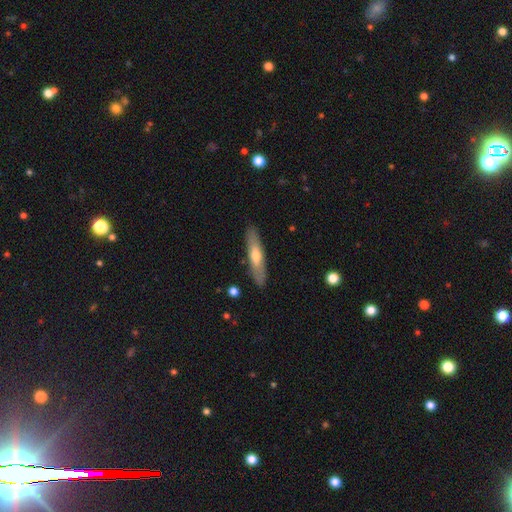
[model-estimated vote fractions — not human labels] smooth 52%, featured or disk 42%, star or artifact 6%. Down the decision tree: how rounded — cigar-shaped (79%); merging — none (88%).